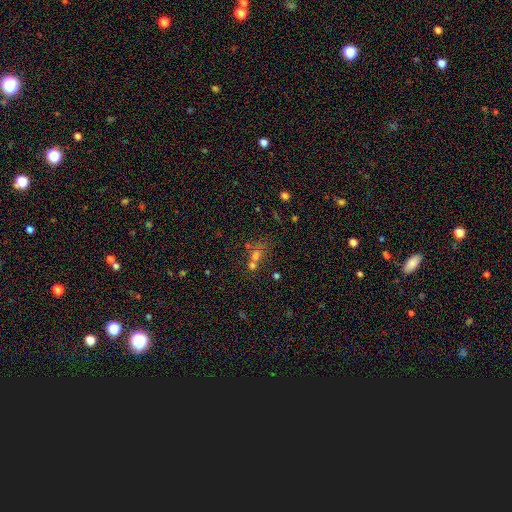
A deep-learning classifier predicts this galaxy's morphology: Smooth or featured? Predicted: smooth (p=0.54). How rounded? Predicted: round (p=0.64). Merging? Predicted: merger (p=0.49).